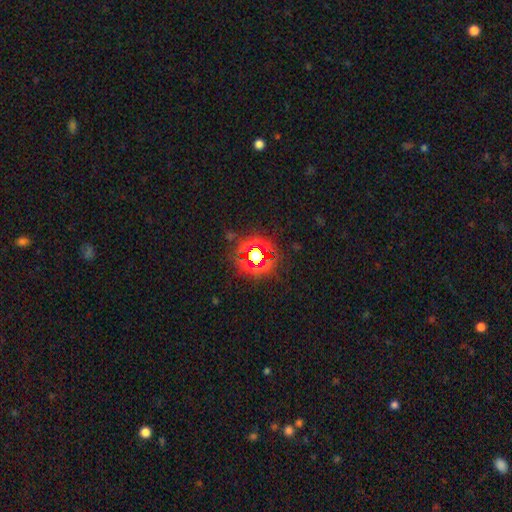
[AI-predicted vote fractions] Morphology: type=star or artifact (71%).